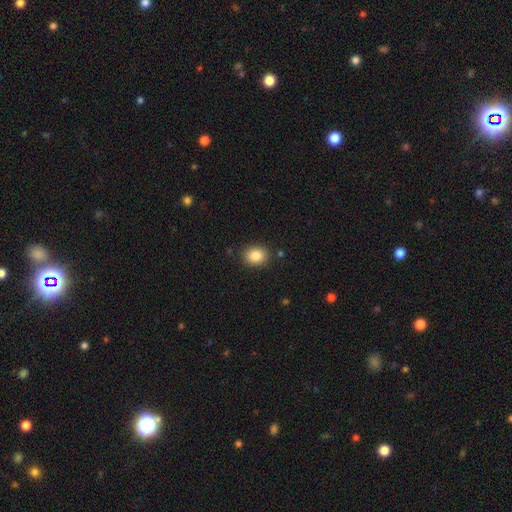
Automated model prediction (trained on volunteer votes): smooth_or_featured: smooth (p=0.85) [alt: star or artifact p=0.09]
how_rounded: round (p=0.50) [alt: in between p=0.49]
merging: none (p=0.87) [alt: minor disturbance p=0.09]